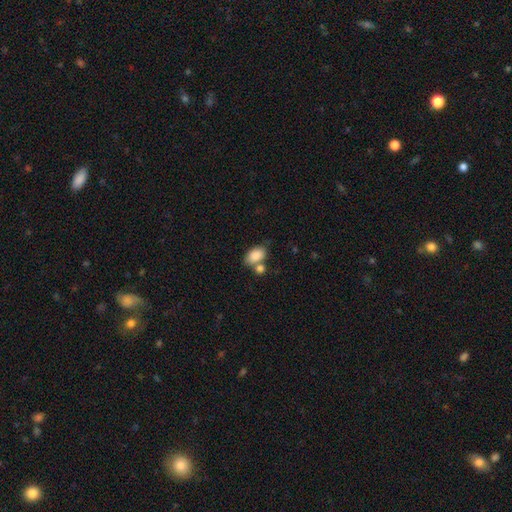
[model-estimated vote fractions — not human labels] smooth_or_featured: smooth (p=0.86) [alt: star or artifact p=0.08]
how_rounded: in between (p=0.89) [alt: round p=0.09]
merging: none (p=0.49) [alt: merger p=0.32]